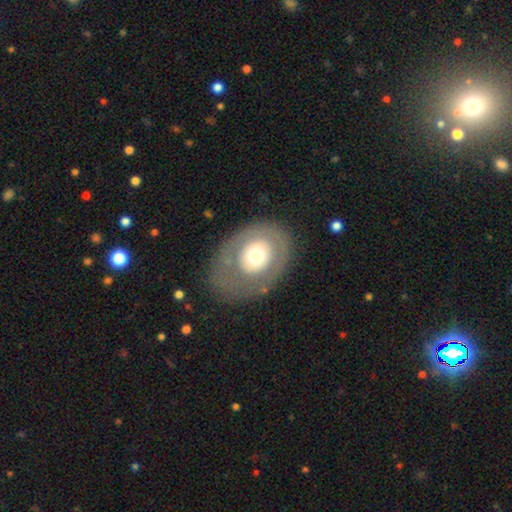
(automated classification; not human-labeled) This appears to be a smooth galaxy with no disk features (48%). Merging: none (69%).